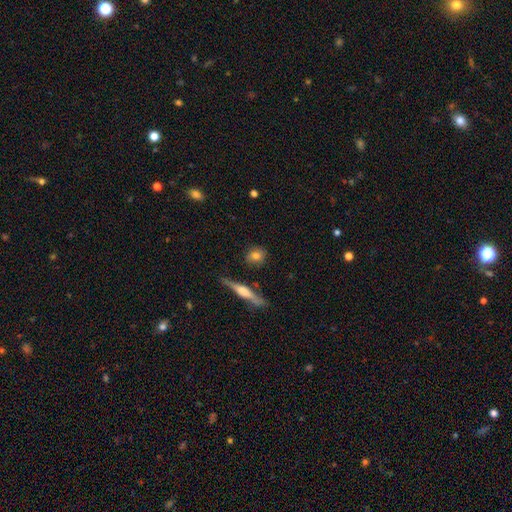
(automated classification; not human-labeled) Smooth or featured? Predicted: smooth (p=0.75). How rounded? Predicted: round (p=0.57). Merging? Predicted: none (p=0.84).